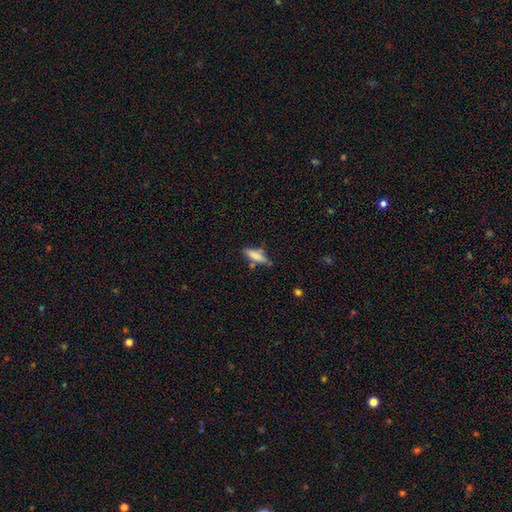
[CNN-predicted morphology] A smooth galaxy with no disk features (78%) that is cigar-shaped (59%).

Vote fractions:
- Smooth or featured? smooth: 78% / featured or disk: 15% / star or artifact: 7%
- How rounded? cigar-shaped: 59% / in between: 39% / round: 2%
- Merging? none: 66% / minor disturbance: 21% / merger: 9% / major disturbance: 5%